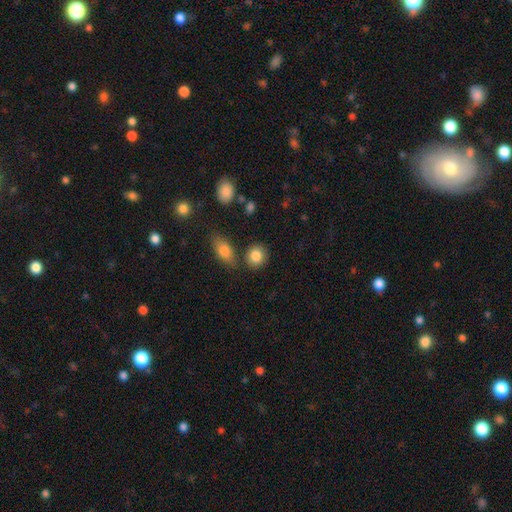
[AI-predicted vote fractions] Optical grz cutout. It shows a smooth galaxy with no disk features (86%) that is round (73%). Merging: none (78%).